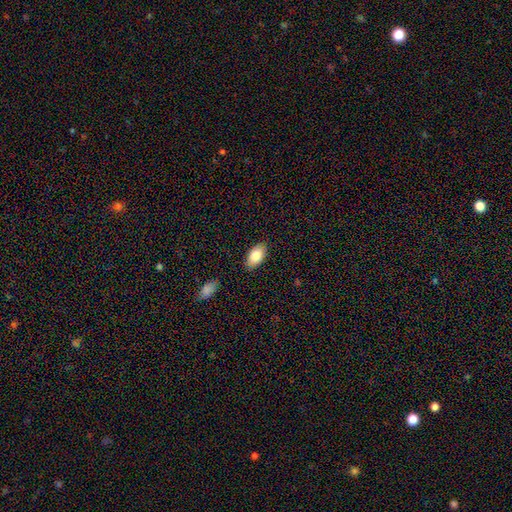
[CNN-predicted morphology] This appears to be a smooth galaxy with no disk features (83%) that is in between round and cigar-shaped (94%). Merging: none (87%).